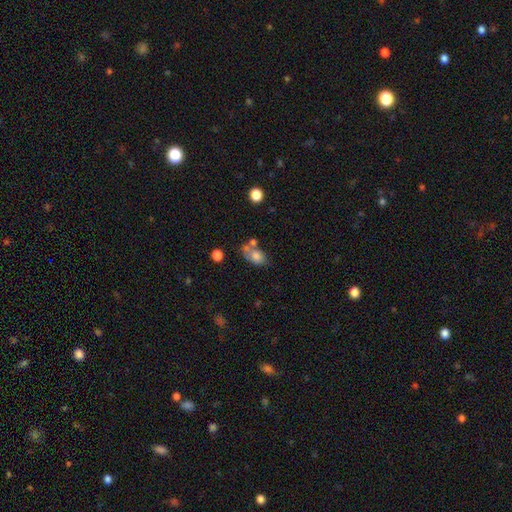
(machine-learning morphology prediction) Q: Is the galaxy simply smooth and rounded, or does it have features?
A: smooth — 72%.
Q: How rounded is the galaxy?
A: in between — 77%.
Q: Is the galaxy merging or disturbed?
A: none — 36%.